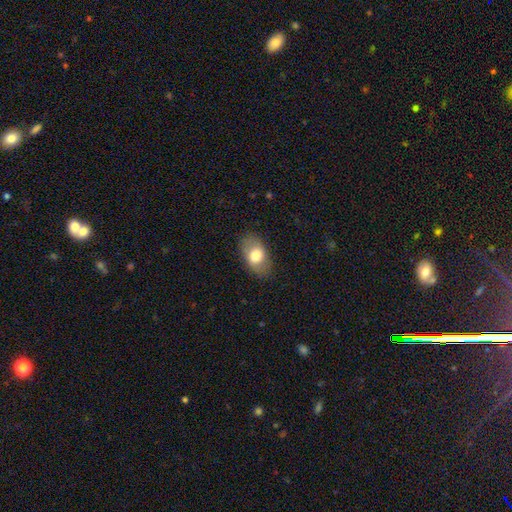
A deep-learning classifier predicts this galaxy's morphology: This appears to be a smooth galaxy with no disk features (71%) that is in between round and cigar-shaped (89%). Merging: none (83%).